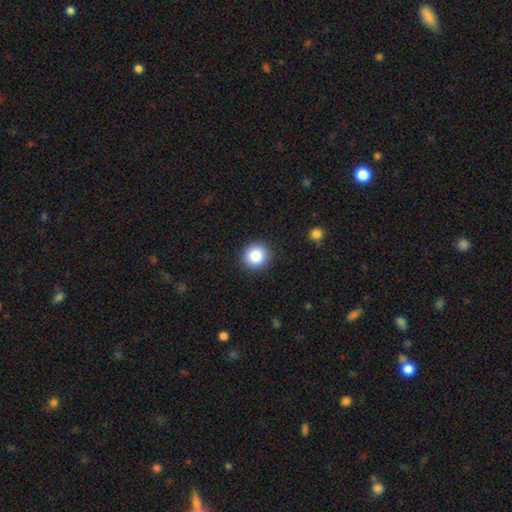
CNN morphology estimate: Smooth or featured? smooth (85%)
How rounded? round (93%)
Merging? none (91%)